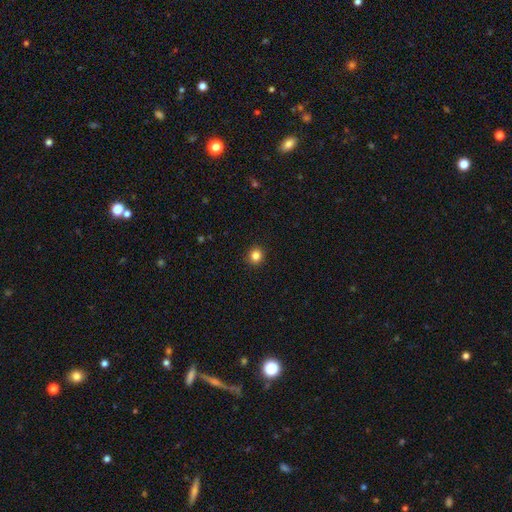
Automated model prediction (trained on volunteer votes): smooth_or_featured: smooth (p=0.84) [alt: star or artifact p=0.12]
how_rounded: round (p=0.89) [alt: in between p=0.10]
merging: none (p=0.93) [alt: minor disturbance p=0.05]